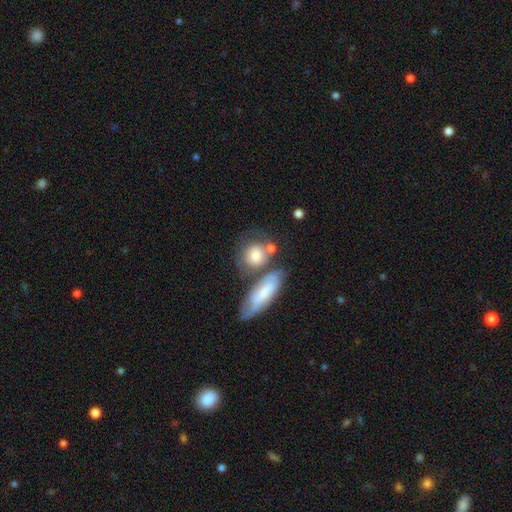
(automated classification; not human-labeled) Smooth or featured? Predicted: smooth (p=0.65). How rounded? Predicted: round (p=0.65). Merging? Predicted: none (p=0.41).